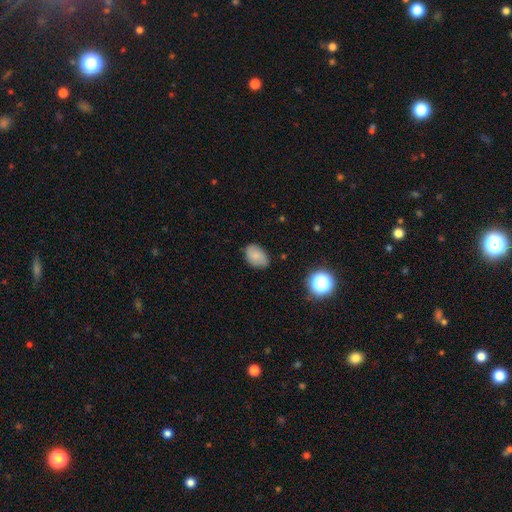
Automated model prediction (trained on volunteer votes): A smooth galaxy with no disk features (79%) that is in between round and cigar-shaped (84%).

Vote fractions:
- Smooth or featured? smooth: 79% / featured or disk: 11% / star or artifact: 10%
- How rounded? in between: 84% / round: 15% / cigar-shaped: 1%
- Merging? none: 72% / minor disturbance: 23% / major disturbance: 4% / merger: 1%